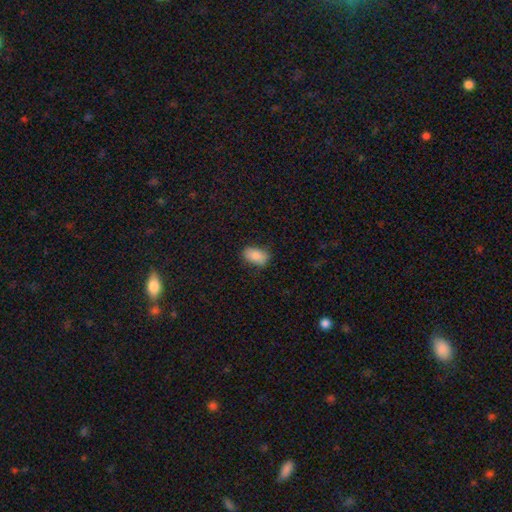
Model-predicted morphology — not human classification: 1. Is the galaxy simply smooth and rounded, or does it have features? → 85% smooth, 8% star or artifact, 7% featured or disk.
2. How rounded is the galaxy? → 91% in between, 8% round, 2% cigar-shaped.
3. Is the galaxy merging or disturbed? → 79% none, 16% minor disturbance, 3% major disturbance, 1% merger.